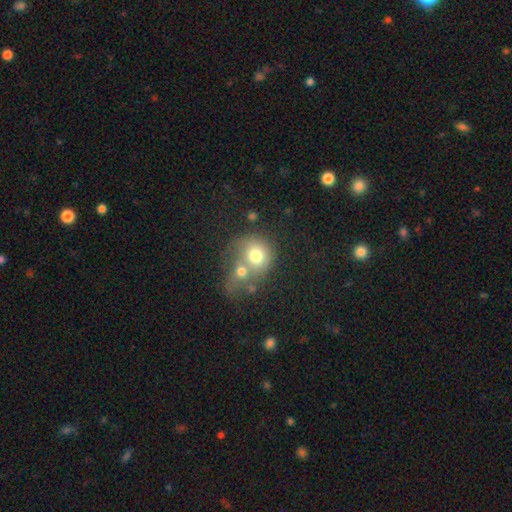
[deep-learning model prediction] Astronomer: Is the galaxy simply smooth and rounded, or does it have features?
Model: smooth — 70%.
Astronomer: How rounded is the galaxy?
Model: round — 77%.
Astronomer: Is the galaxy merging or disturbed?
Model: merger — 61%.